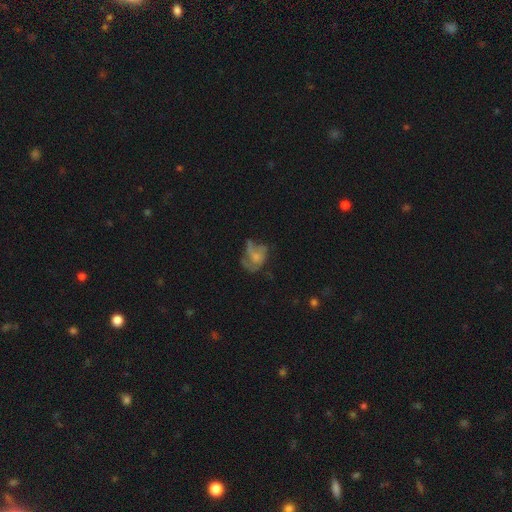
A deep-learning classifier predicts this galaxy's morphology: type=featured or disk (47%); merging=major disturbance (42%).